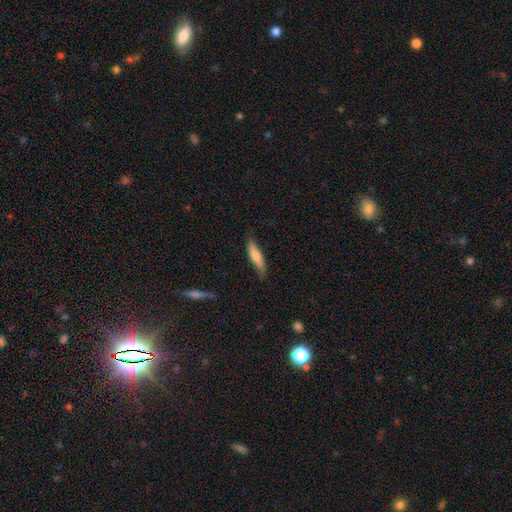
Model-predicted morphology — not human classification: Smooth or featured? smooth (69%)
How rounded? cigar-shaped (72%)
Merging? none (70%)